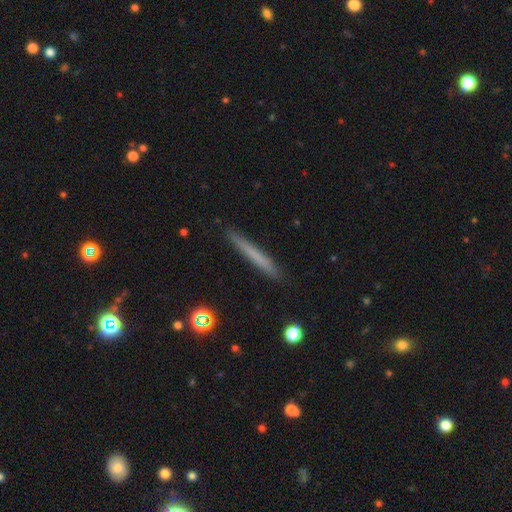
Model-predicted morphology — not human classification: Smooth or featured? smooth (64%)
How rounded? cigar-shaped (97%)
Merging? none (89%)